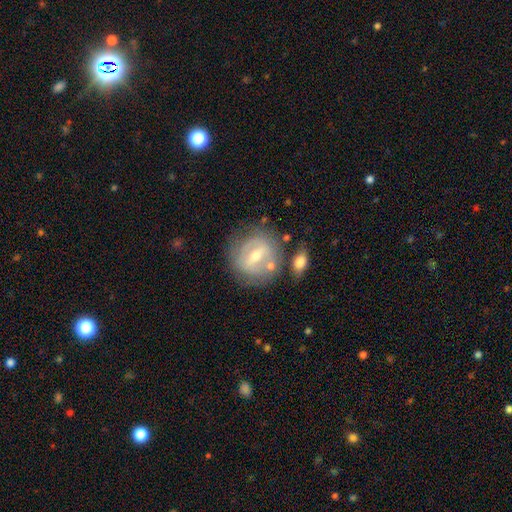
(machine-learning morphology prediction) Smooth or featured?
  - featured or disk: 64% *
  - smooth: 29%
  - star or artifact: 7%
Edge-on disk?
  - no: 91% *
  - yes: 9%
Bar?
  - strong: 45% *
  - weak: 39%
  - no: 16%
Spiral arms?
  - no: 54% *
  - yes: 46%
Bulge size?
  - moderate: 58% *
  - small: 35%
  - large: 3%
  - none: 2%
  - dominant: 1%
Merging?
  - none: 65% *
  - minor disturbance: 17%
  - merger: 11%
  - major disturbance: 7%